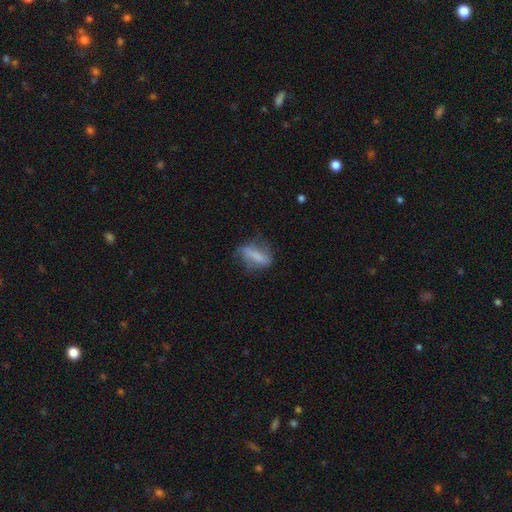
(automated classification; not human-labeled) Morphology: type=smooth (53%); roundness=in between (56%); merging=none (44%).